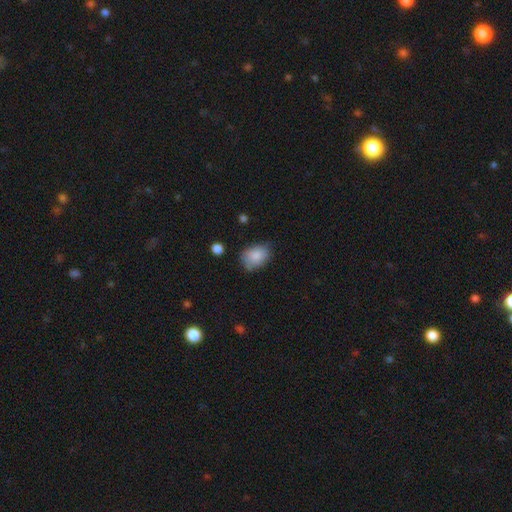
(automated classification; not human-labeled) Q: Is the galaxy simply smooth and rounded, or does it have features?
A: smooth — 85%.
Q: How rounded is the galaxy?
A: in between — 76%.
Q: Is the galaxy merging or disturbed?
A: none — 64%.